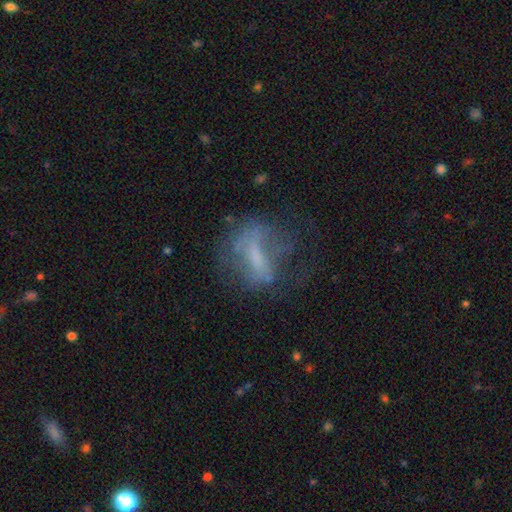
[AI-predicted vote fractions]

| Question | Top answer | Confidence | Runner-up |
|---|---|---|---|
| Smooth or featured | featured or disk | 50% | smooth (36%) |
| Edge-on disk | no | 91% | yes (9%) |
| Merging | none | 42% | major disturbance (33%) |